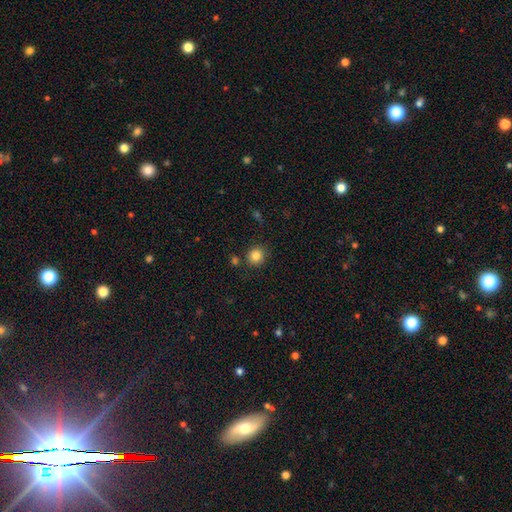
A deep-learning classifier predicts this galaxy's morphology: Smooth or featured? Predicted: smooth (p=0.84). How rounded? Predicted: round (p=0.89). Merging? Predicted: none (p=0.84).